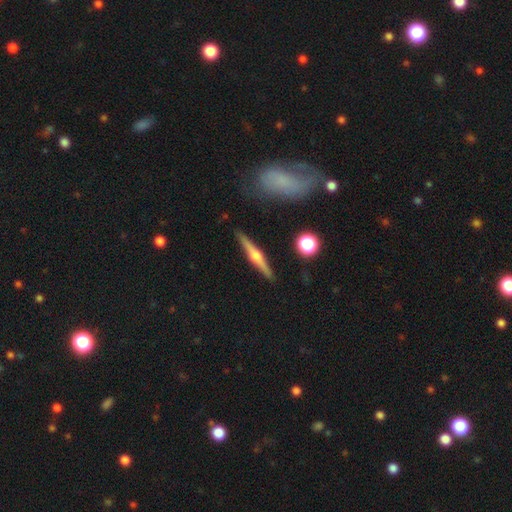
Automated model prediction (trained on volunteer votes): A featured or disk galaxy (74%) viewed edge-on (98%) with a rounded central bulge (93%). Merging: none (90%).